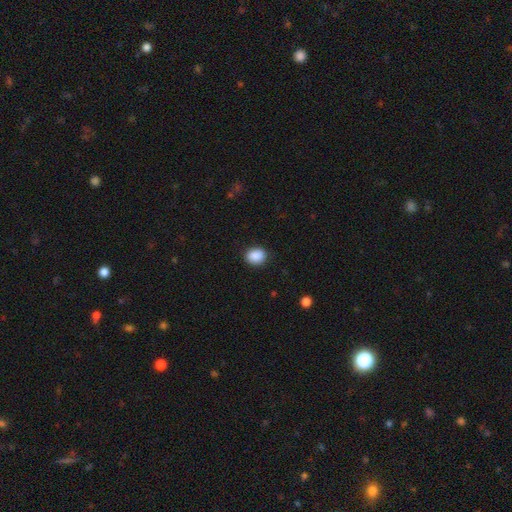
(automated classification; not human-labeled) A smooth galaxy with no disk features (89%) that is round (55%). Merging: none (88%).